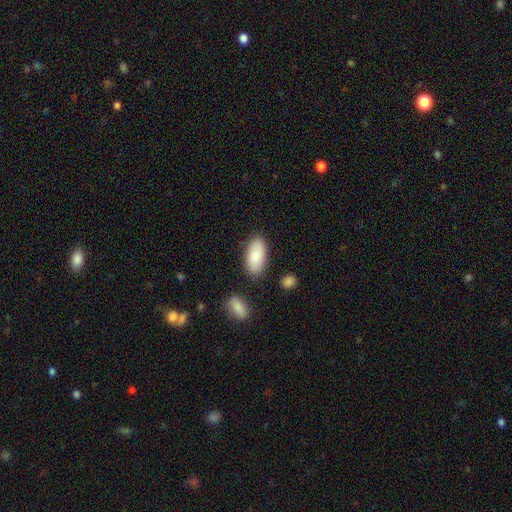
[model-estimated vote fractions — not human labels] Overall: smooth (85%). How rounded: in between (93%). Merging: none (81%).